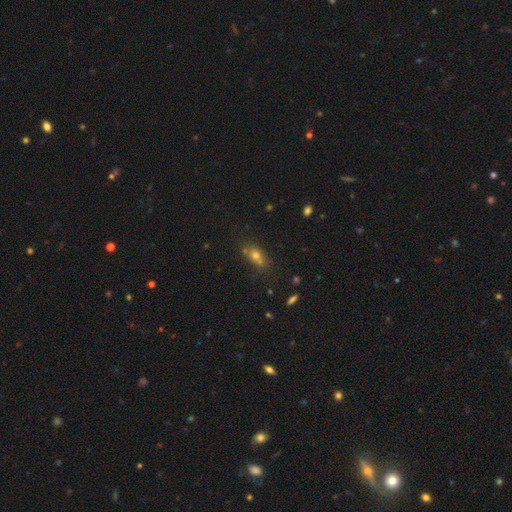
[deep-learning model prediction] A smooth galaxy with no disk features (60%) that is in between round and cigar-shaped (62%). Merging: none (61%).